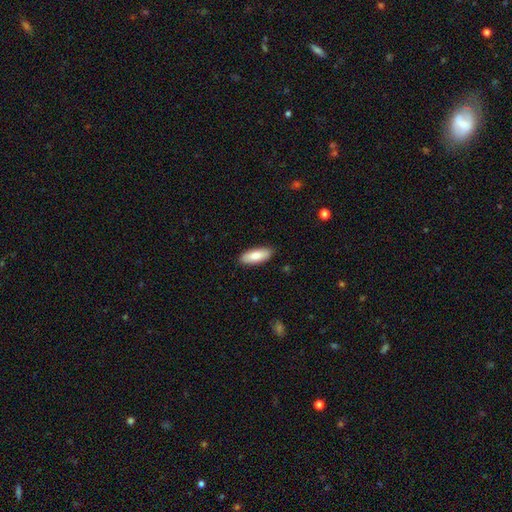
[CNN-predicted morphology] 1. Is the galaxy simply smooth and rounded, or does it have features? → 81% smooth, 13% featured or disk, 6% star or artifact.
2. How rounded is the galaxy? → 72% in between, 26% cigar-shaped, 2% round.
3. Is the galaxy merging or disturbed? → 89% none, 9% minor disturbance, 2% major disturbance, 1% merger.